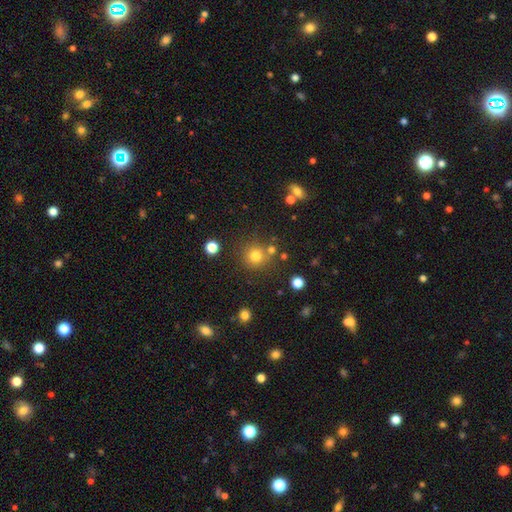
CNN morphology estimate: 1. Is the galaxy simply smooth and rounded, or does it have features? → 77% smooth, 15% star or artifact, 7% featured or disk.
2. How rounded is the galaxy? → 93% round, 6% in between, 1% cigar-shaped.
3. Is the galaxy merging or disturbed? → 78% none, 9% merger, 9% minor disturbance, 4% major disturbance.